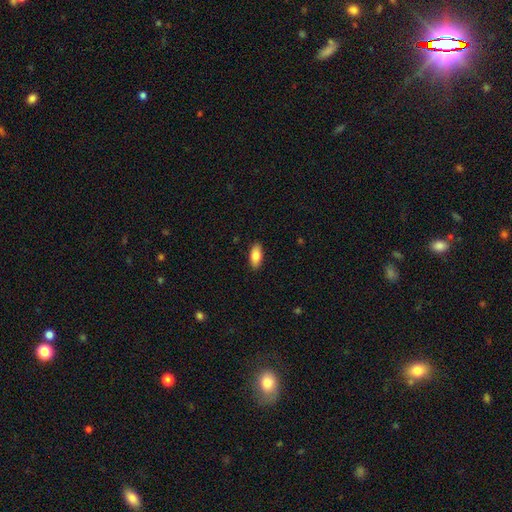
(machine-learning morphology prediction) The model was most divided on "smooth or featured": smooth: 82%, featured or disk: 11%, star or artifact: 6%. More confident: merging — none (89%); how rounded — in between (85%).